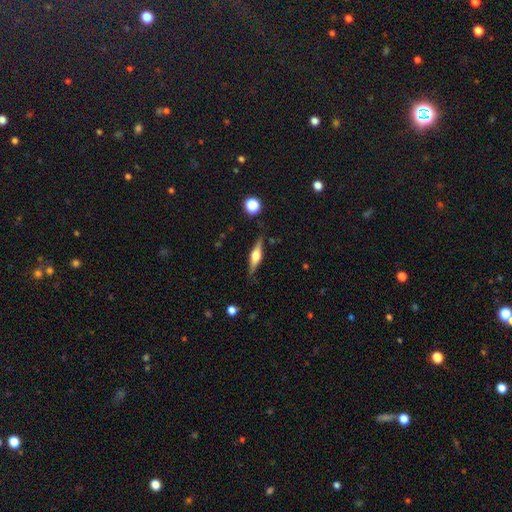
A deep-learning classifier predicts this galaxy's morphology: featured or disk 68%, smooth 25%, star or artifact 7%. Down the decision tree: edge-on disk — yes (97%); edge-on bulge — rounded (89%); merging — none (85%).